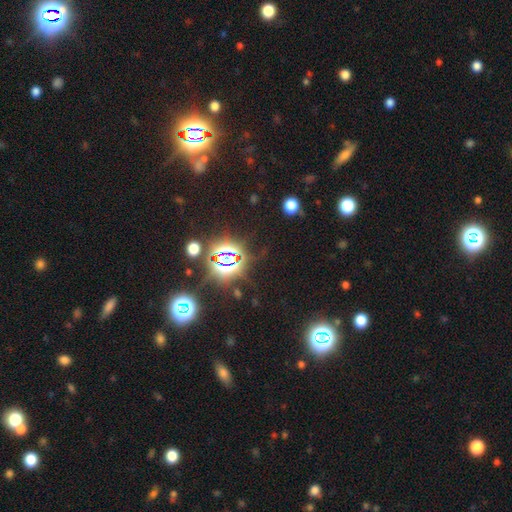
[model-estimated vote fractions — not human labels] smooth_or_featured: star or artifact (p=0.81) [alt: smooth p=0.12]